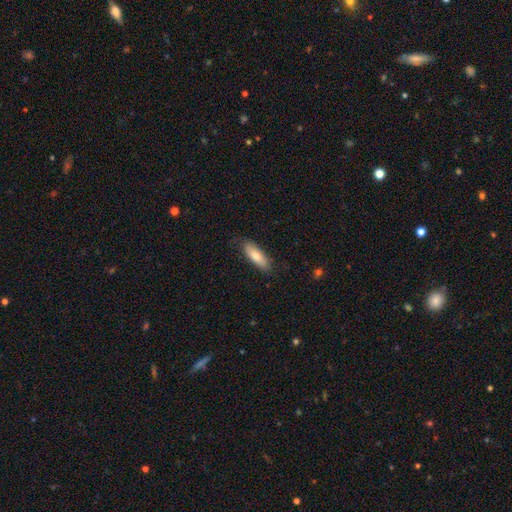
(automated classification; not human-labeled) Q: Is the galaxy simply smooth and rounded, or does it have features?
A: smooth — 76%.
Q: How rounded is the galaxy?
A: in between — 57%.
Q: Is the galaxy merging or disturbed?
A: none — 80%.